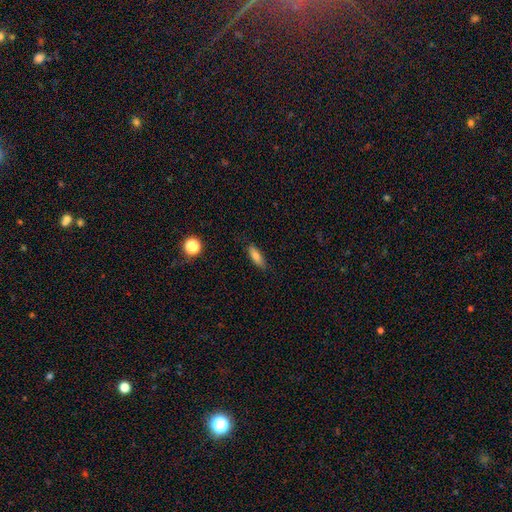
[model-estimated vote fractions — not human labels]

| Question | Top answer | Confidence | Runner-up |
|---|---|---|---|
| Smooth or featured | smooth | 76% | featured or disk (15%) |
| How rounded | in between | 59% | cigar-shaped (38%) |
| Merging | none | 82% | minor disturbance (14%) |